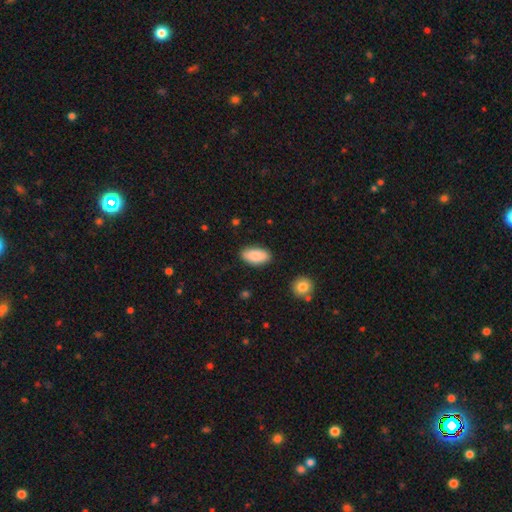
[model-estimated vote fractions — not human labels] The model was most divided on "merging": none: 86%, minor disturbance: 10%, major disturbance: 2%, merger: 2%. More confident: how rounded — in between (93%); smooth or featured — smooth (87%).